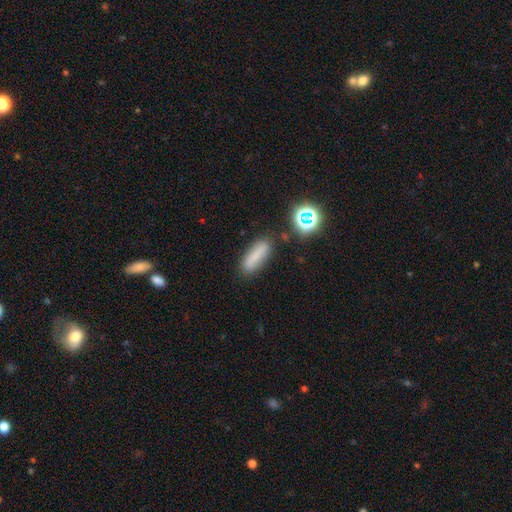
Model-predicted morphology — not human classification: Smooth or featured: smooth — 75% (star or artifact — 14%)
How rounded: cigar-shaped — 53% (in between — 43%)
Merging: none — 81% (minor disturbance — 12%)